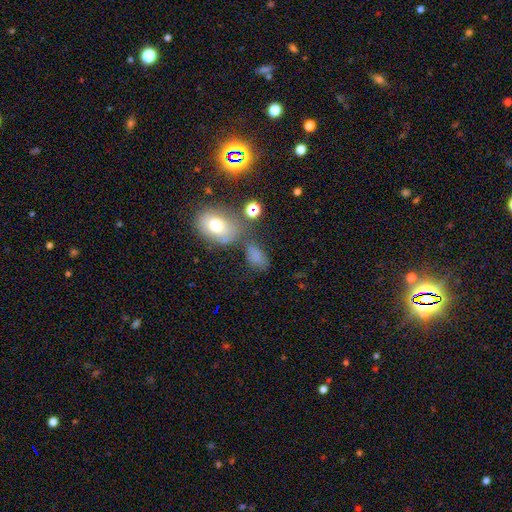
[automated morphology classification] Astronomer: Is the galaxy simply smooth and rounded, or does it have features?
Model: smooth — 71%.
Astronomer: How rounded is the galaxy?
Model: in between — 83%.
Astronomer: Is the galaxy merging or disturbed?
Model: none — 47%.